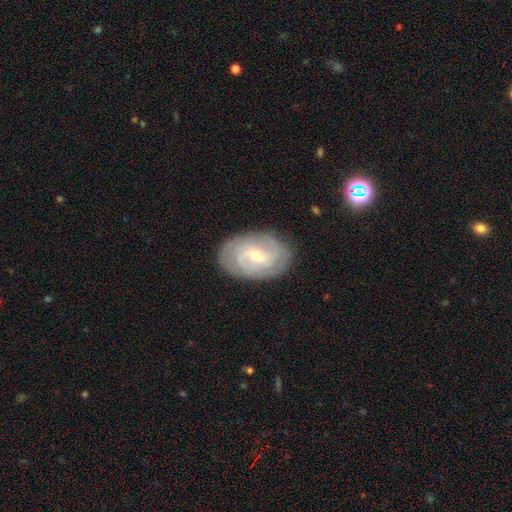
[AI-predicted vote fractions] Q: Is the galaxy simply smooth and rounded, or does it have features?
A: featured or disk — 77%.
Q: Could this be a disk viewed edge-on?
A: no — 96%.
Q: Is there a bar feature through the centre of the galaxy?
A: weak — 51%.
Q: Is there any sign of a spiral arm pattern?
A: yes — 89%.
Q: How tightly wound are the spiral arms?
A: tight — 56%.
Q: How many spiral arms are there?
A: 2 — 43%.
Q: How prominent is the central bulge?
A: small — 59%.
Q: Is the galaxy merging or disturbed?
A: none — 83%.